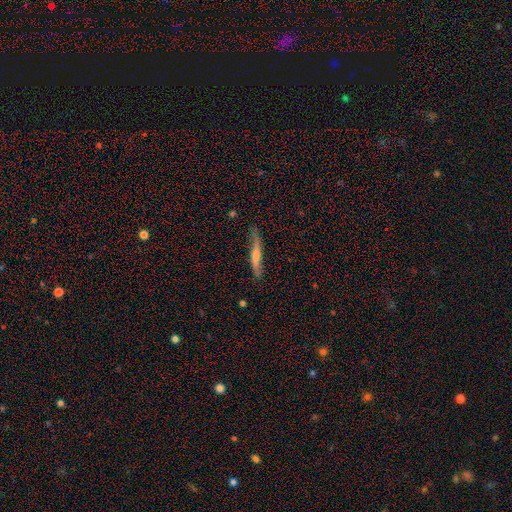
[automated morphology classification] smooth-or-featured: featured or disk: 56% | smooth: 37% | star or artifact: 7%
  disk-edge-on: yes: 85% | no: 15%
  merging: none: 78% | minor disturbance: 17% | major disturbance: 3% | merger: 2%